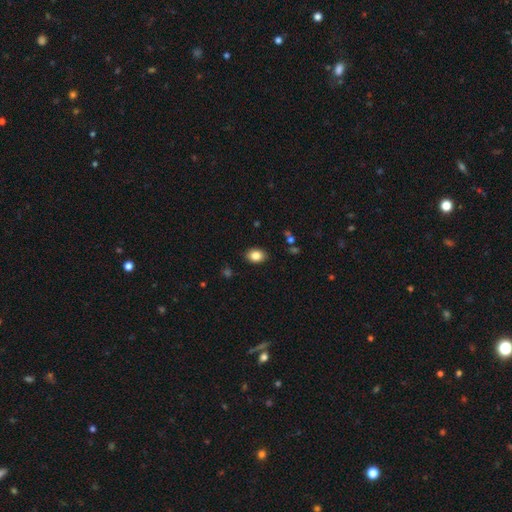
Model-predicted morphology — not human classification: smooth_or_featured: smooth (p=0.84) [alt: star or artifact p=0.09]
how_rounded: in between (p=0.71) [alt: round p=0.28]
merging: none (p=0.87) [alt: minor disturbance p=0.09]